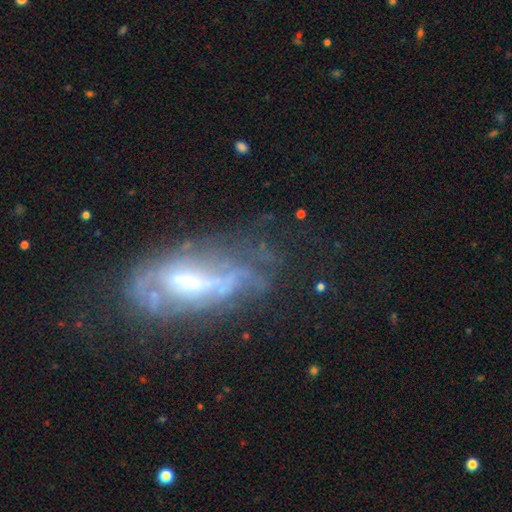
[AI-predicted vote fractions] Overall: featured or disk (70%). Edge-on disk: no (81%). Bar: weak (37%, tied with no). Spiral arms: yes (63%; no 37%). Bulge size: moderate (48%; small 26%). Merging: none (50%; minor disturbance 23%).